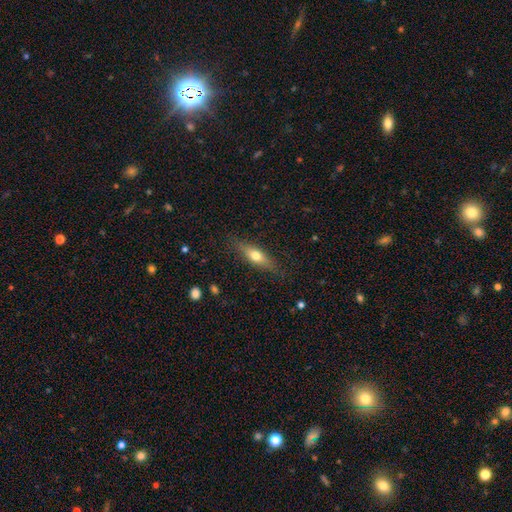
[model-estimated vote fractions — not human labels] Morphology: type=smooth (57%); roundness=cigar-shaped (53%); merging=none (83%).